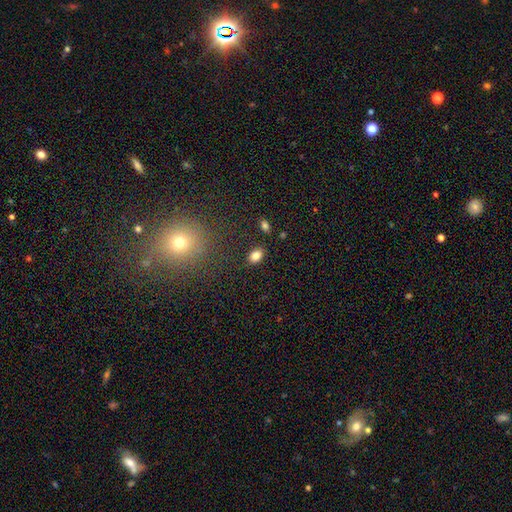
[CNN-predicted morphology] The model was most divided on "smooth or featured": smooth: 82%, star or artifact: 10%, featured or disk: 7%. More confident: how rounded — in between (86%); merging — none (85%).